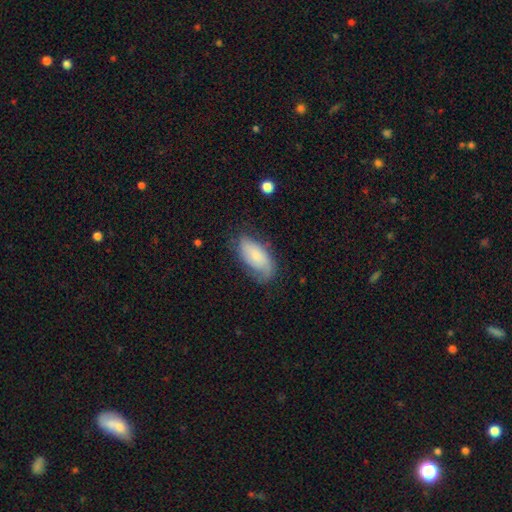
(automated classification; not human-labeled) The model was most divided on "smooth or featured": smooth: 56%, featured or disk: 37%, star or artifact: 7%. More confident: how rounded — in between (91%); merging — none (60%).